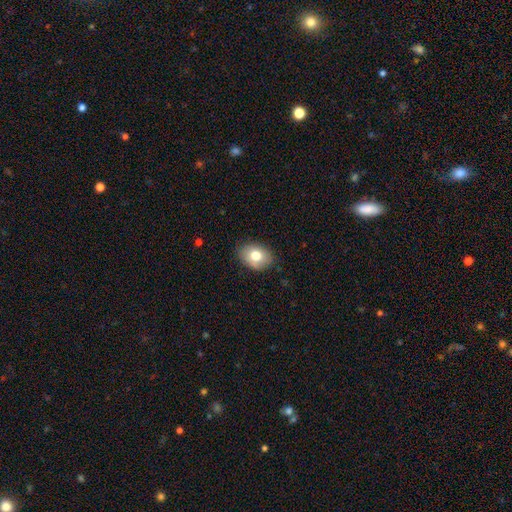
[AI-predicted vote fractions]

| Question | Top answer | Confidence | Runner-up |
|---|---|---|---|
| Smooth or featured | smooth | 76% | featured or disk (16%) |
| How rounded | in between | 73% | round (26%) |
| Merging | none | 81% | minor disturbance (15%) |